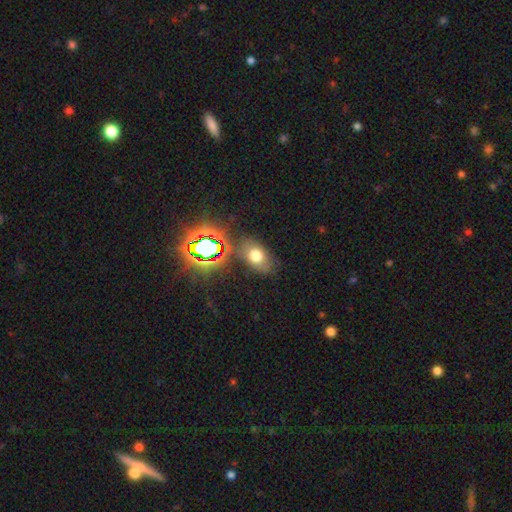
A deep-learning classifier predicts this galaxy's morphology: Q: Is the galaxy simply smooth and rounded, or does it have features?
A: smooth — 61%.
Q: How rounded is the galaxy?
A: in between — 78%.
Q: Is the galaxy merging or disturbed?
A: none — 73%.